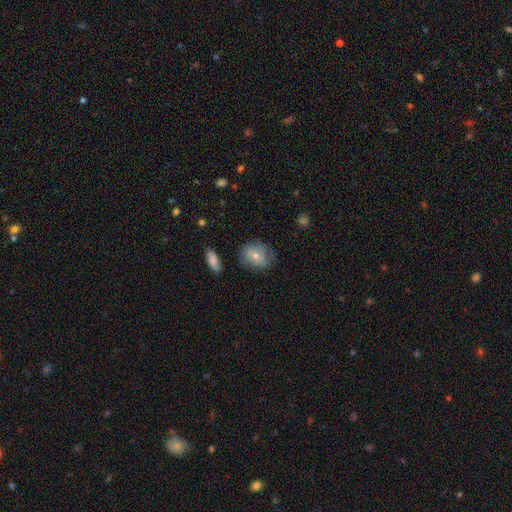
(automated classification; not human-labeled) The model was most divided on "smooth or featured": smooth: 50%, featured or disk: 40%, star or artifact: 11%. More confident: merging — none (70%).